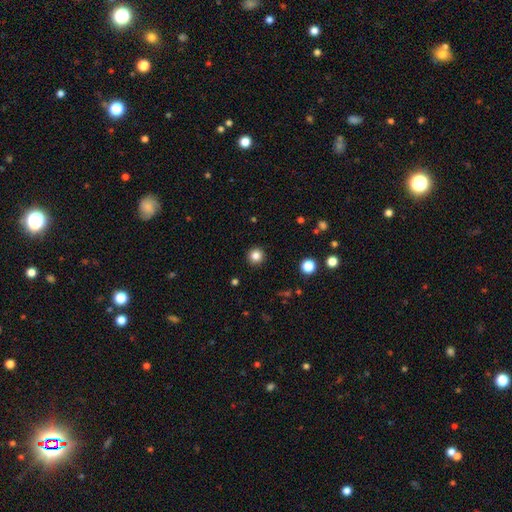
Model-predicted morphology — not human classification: smooth-or-featured: smooth: 83% | star or artifact: 12% | featured or disk: 5%
  how-rounded: round: 95% | in between: 4% | cigar-shaped: 1%
  merging: none: 92% | minor disturbance: 5% | major disturbance: 2% | merger: 1%